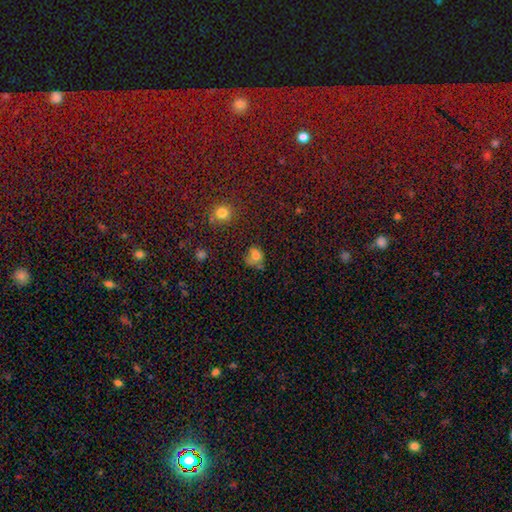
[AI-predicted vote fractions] smooth-or-featured: smooth: 74% | star or artifact: 14% | featured or disk: 12%
  how-rounded: round: 63% | in between: 36% | cigar-shaped: 1%
  merging: none: 49% | minor disturbance: 30% | major disturbance: 12% | merger: 9%